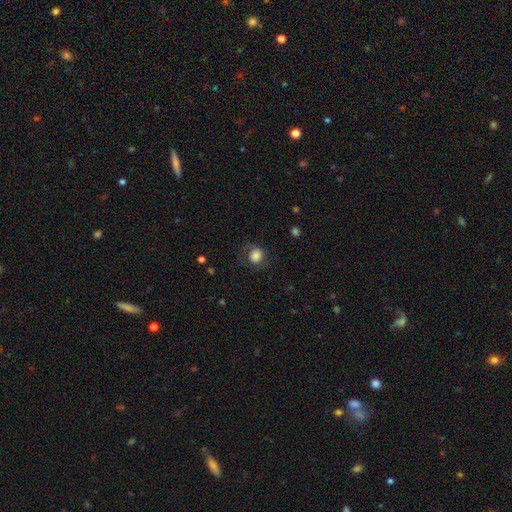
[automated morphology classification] smooth_or_featured: smooth (p=0.74) [alt: featured or disk p=0.17]
how_rounded: round (p=0.75) [alt: in between p=0.24]
merging: none (p=0.67) [alt: minor disturbance p=0.17]